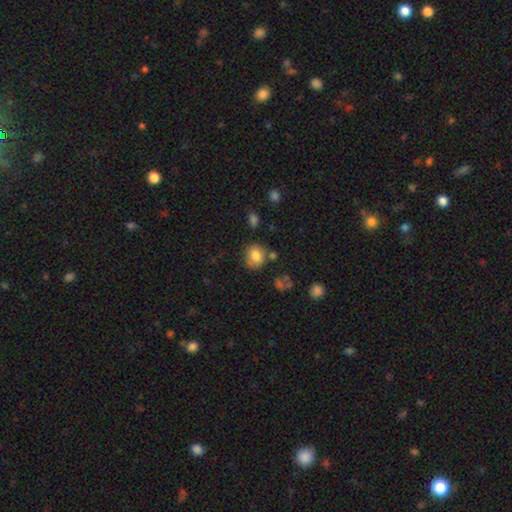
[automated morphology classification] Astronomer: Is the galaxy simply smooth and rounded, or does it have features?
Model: smooth — 79%.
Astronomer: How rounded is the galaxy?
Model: round — 61% (runner-up: in between, 38%).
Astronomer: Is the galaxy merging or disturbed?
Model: none — 67%.